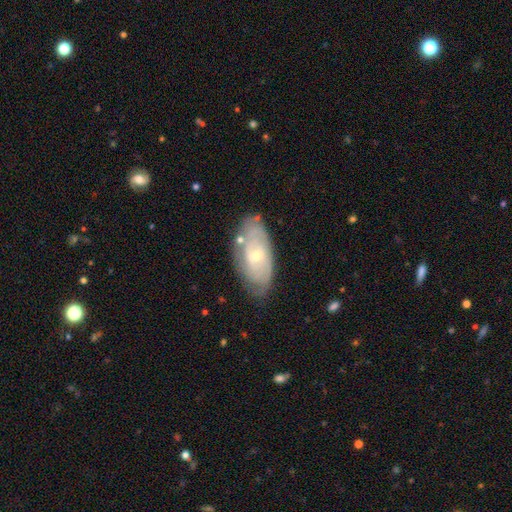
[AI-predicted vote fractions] Smooth or featured: featured or disk — 68% (smooth — 26%)
Edge-on disk: no — 92% (yes — 8%)
Bar: no — 59% (weak — 35%)
Spiral arms: yes — 81% (no — 19%)
Spiral winding: tight — 63% (medium — 28%)
Spiral arm count: can't tell — 52% (2 — 29%)
Bulge size: small — 63% (moderate — 34%)
Merging: none — 72% (minor disturbance — 19%)